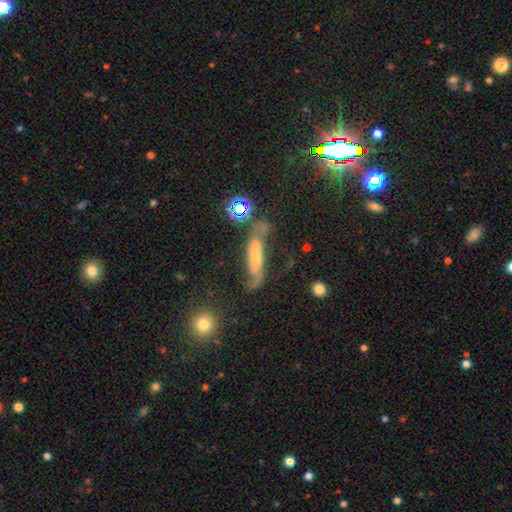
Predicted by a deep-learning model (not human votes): This appears to be a featured or disk galaxy (58%). Merging: none (39%).